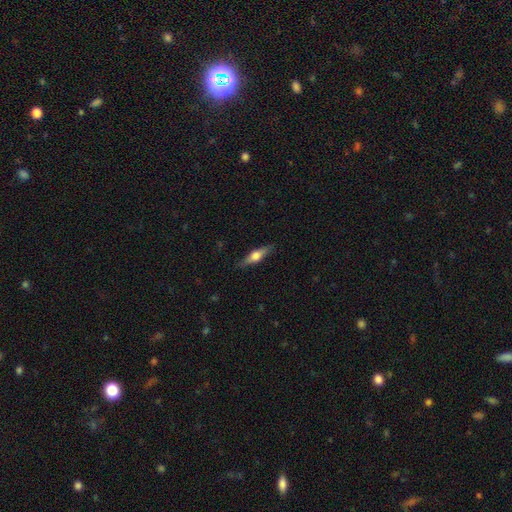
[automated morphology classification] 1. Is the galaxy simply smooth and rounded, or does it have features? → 54% featured or disk, 39% smooth, 6% star or artifact.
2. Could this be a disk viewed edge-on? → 94% yes, 6% no.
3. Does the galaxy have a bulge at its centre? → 93% rounded, 5% boxy, 2% none.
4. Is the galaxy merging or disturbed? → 87% none, 10% minor disturbance, 2% major disturbance, 1% merger.